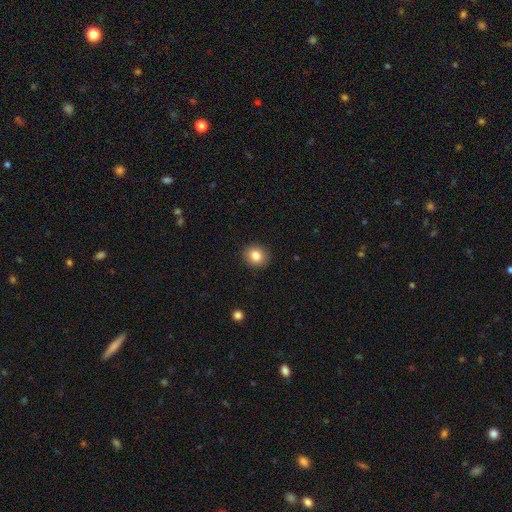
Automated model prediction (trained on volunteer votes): Smooth or featured? Predicted: smooth (p=0.83). How rounded? Predicted: round (p=0.80). Merging? Predicted: none (p=0.92).